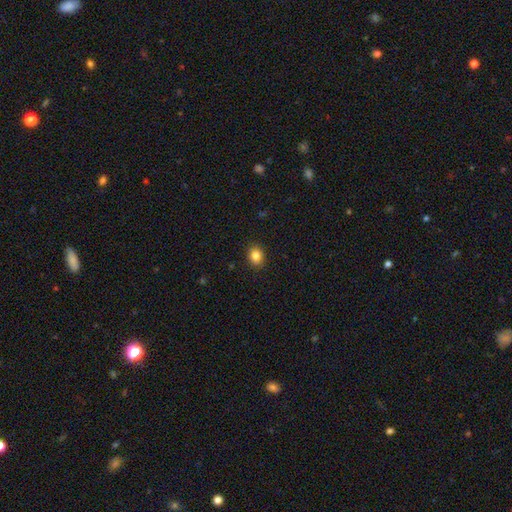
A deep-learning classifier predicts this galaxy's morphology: Smooth or featured?
  - smooth: 84% *
  - star or artifact: 11%
  - featured or disk: 6%
How rounded?
  - round: 56% *
  - in between: 43%
  - cigar-shaped: 1%
Merging?
  - none: 91% *
  - minor disturbance: 7%
  - major disturbance: 2%
  - merger: 1%